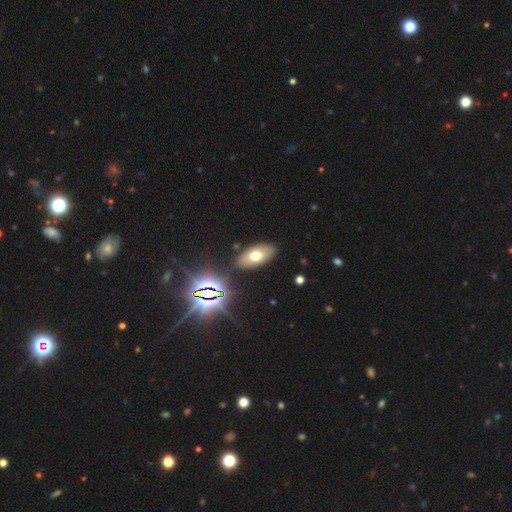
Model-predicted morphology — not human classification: smooth 62%, featured or disk 23%, star or artifact 15%. Down the decision tree: how rounded — in between (92%); merging — none (85%).